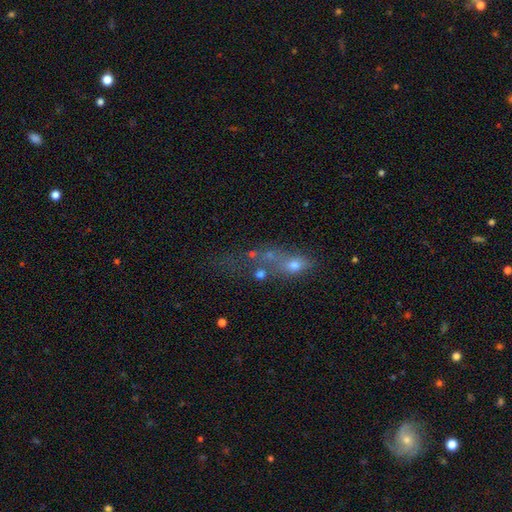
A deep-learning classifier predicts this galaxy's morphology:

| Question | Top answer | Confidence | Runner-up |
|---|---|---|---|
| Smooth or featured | smooth | 36% | featured or disk (33%) |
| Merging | merger | 35% | none (29%) |